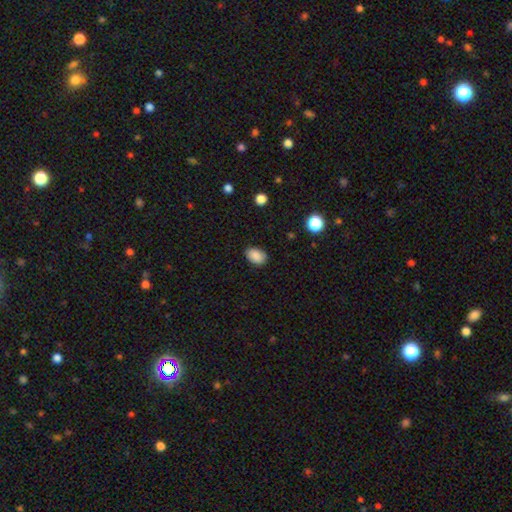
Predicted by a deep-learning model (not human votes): This is clearly a smooth galaxy (89%). How rounded: clearly in between (84%). Merging: clearly none (86%).